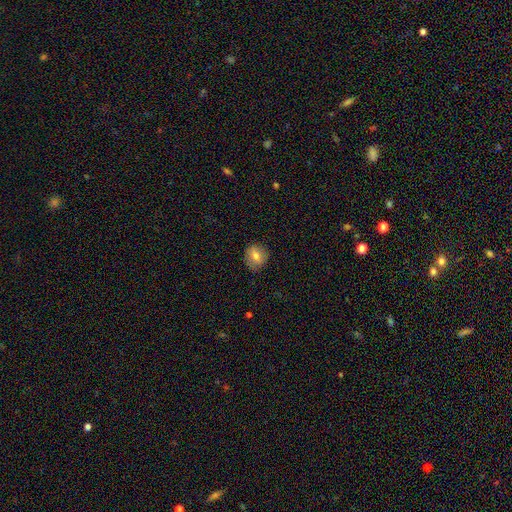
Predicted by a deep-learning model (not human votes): smooth 74%, featured or disk 16%, star or artifact 9%. Down the decision tree: how rounded — round (82%); merging — none (83%).